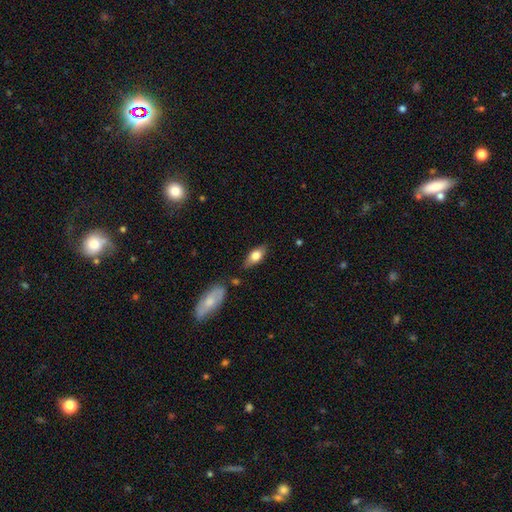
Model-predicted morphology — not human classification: smooth 69%, featured or disk 25%, star or artifact 7%. Down the decision tree: how rounded — in between (81%); merging — none (76%).